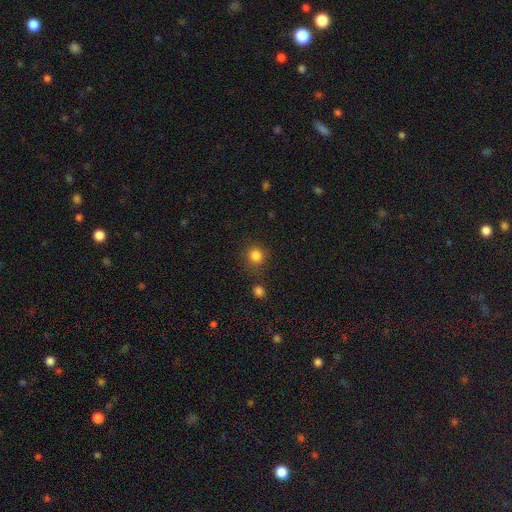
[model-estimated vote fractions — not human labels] smooth-or-featured: smooth: 83% | star or artifact: 12% | featured or disk: 4%
  how-rounded: round: 89% | in between: 10% | cigar-shaped: 1%
  merging: none: 81% | minor disturbance: 10% | merger: 5% | major disturbance: 4%